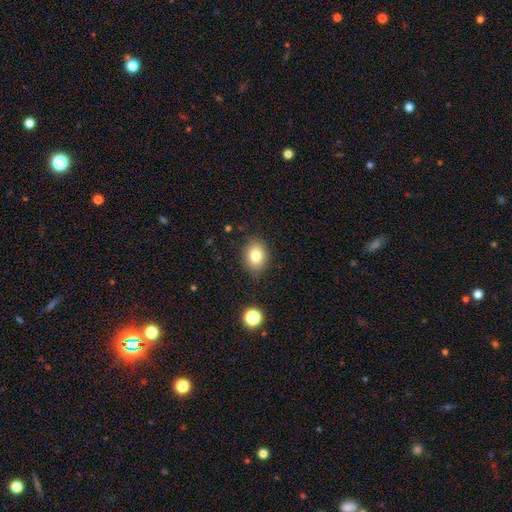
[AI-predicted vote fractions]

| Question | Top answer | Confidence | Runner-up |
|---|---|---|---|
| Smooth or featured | smooth | 80% | star or artifact (10%) |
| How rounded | in between | 58% | round (41%) |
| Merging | none | 83% | minor disturbance (12%) |